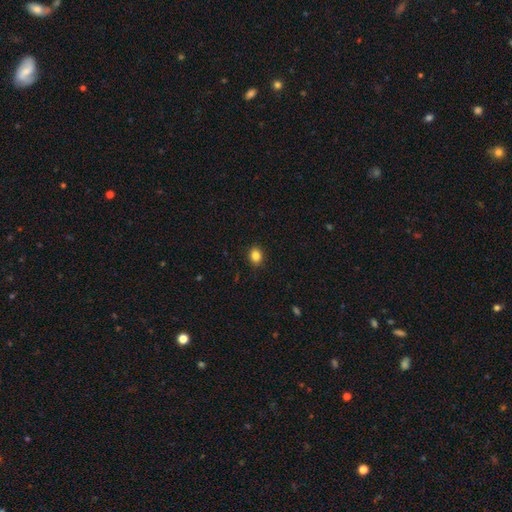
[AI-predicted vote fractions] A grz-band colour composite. It shows a smooth galaxy with no disk features (85%) that is in between round and cigar-shaped (51%). Merging: none (89%).